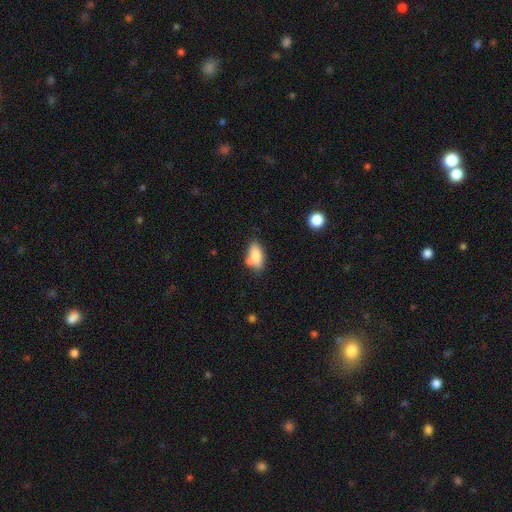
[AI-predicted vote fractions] Smooth or featured? smooth (79%)
How rounded? in between (85%)
Merging? none (56%)